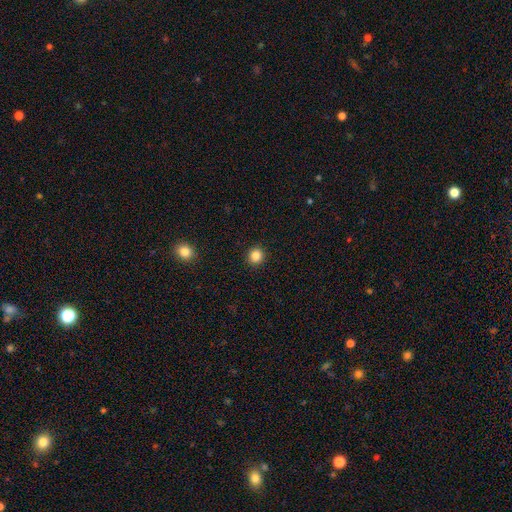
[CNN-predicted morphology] Smooth or featured: smooth — 85% (star or artifact — 11%)
How rounded: round — 92% (in between — 7%)
Merging: none — 93% (minor disturbance — 5%)